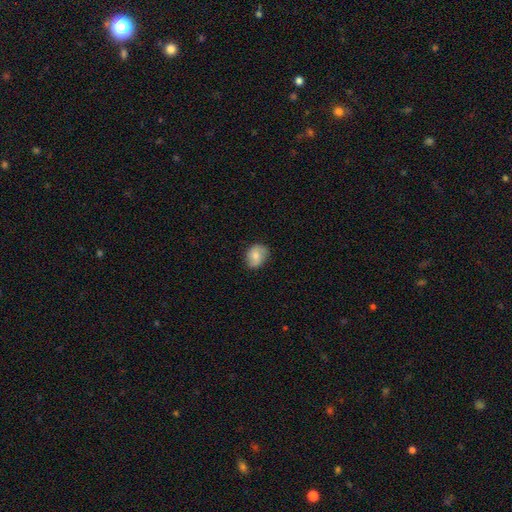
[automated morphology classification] This is likely a smooth galaxy (73%). How rounded: possibly in between (51%). Merging: likely none (78%).